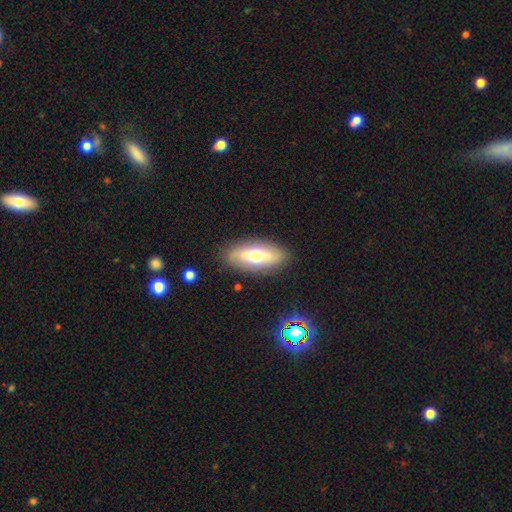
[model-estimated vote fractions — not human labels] Q: Smooth or featured?
A: smooth (57%); runner-up: featured or disk (36%)
Q: How rounded?
A: in between (80%); runner-up: cigar-shaped (16%)
Q: Merging?
A: none (86%); runner-up: minor disturbance (10%)